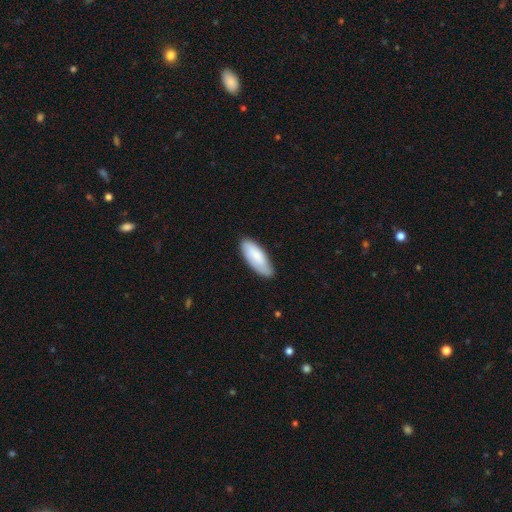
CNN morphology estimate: Smooth or featured?
  - smooth: 75% *
  - featured or disk: 20%
  - star or artifact: 6%
How rounded?
  - in between: 76% *
  - cigar-shaped: 22%
  - round: 2%
Merging?
  - none: 74% *
  - minor disturbance: 21%
  - major disturbance: 3%
  - merger: 1%